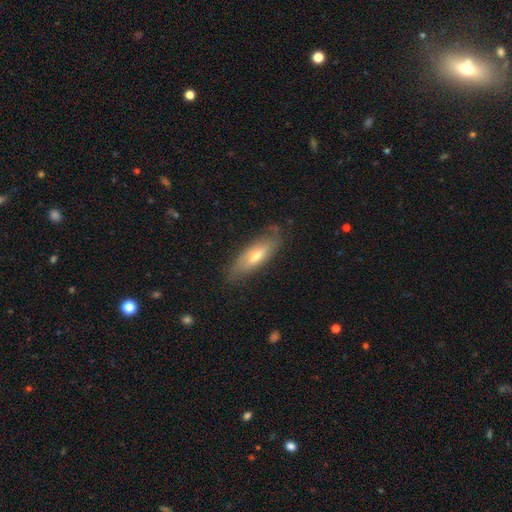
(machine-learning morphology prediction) The model was most divided on "how rounded": in between: 51%, cigar-shaped: 47%, round: 2%. More confident: merging — none (77%); smooth or featured — smooth (56%).